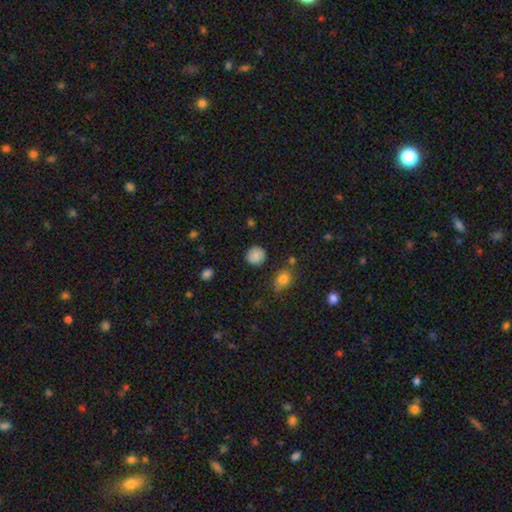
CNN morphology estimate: This appears to be a smooth galaxy with no disk features (84%) that is round (88%). Merging: none (84%).